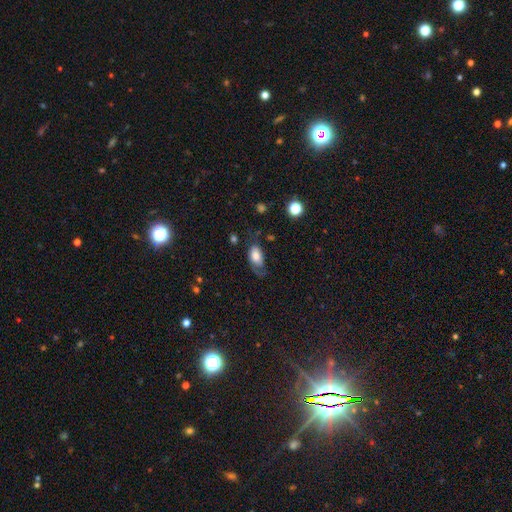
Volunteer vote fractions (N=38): Smooth or featured? smooth (66%)
How rounded? in between (80%)
Merging? minor disturbance (39%)